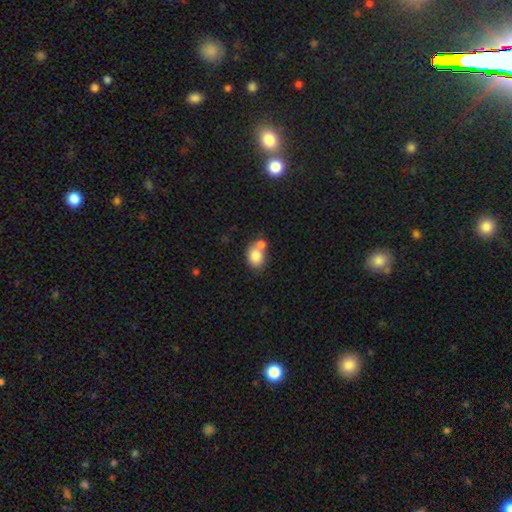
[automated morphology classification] This is clearly a smooth galaxy (81%). How rounded: possibly in between (51%). Merging: possibly merger (45%).